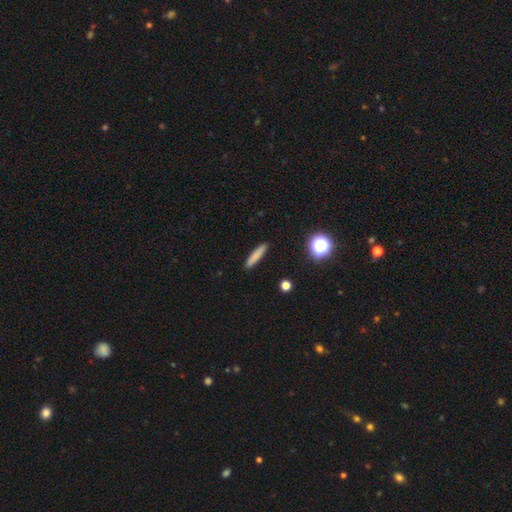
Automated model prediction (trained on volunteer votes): Smooth or featured?
  - smooth: 80% *
  - featured or disk: 12%
  - star or artifact: 9%
How rounded?
  - cigar-shaped: 89% *
  - in between: 9%
  - round: 2%
Merging?
  - none: 91% *
  - minor disturbance: 6%
  - major disturbance: 2%
  - merger: 1%